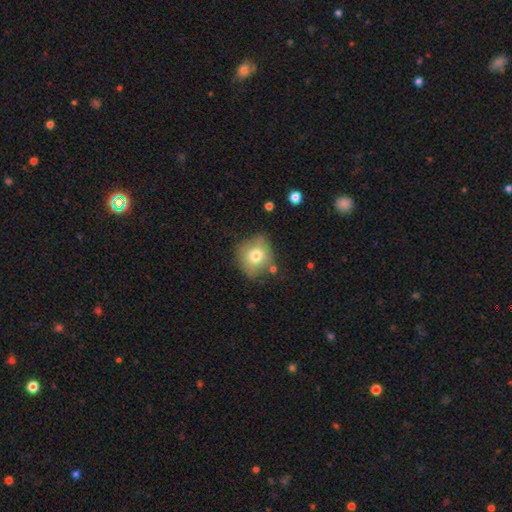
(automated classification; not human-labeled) Smooth or featured? smooth (73%)
How rounded? round (77%)
Merging? none (67%)